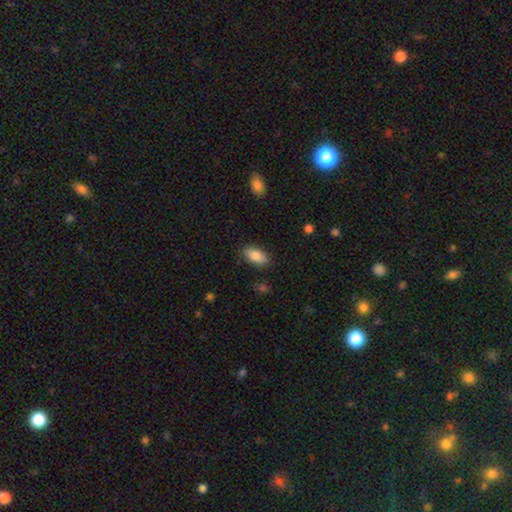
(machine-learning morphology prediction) Smooth or featured: smooth — 84% (featured or disk — 9%)
How rounded: in between — 90% (cigar-shaped — 6%)
Merging: none — 87% (minor disturbance — 9%)